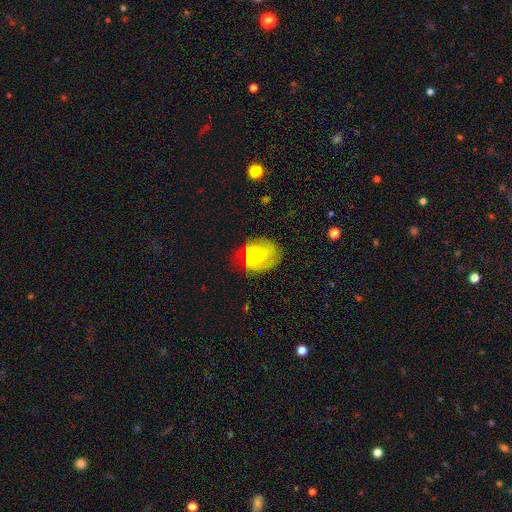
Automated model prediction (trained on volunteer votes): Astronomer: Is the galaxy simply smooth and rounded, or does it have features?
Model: smooth — 52% (runner-up: featured or disk, 41%).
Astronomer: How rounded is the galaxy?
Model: round — 57% (runner-up: in between, 42%).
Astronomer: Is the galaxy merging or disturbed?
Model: none — 42% (runner-up: minor disturbance, 33%).